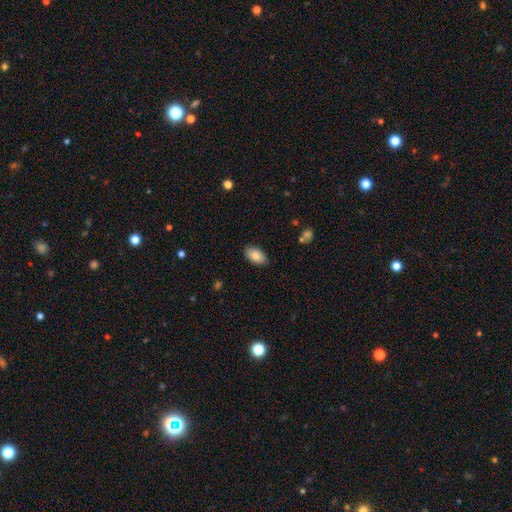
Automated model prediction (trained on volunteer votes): smooth_or_featured: smooth (p=0.85) [alt: featured or disk p=0.09]
how_rounded: in between (p=0.95) [alt: round p=0.03]
merging: none (p=0.86) [alt: minor disturbance p=0.11]